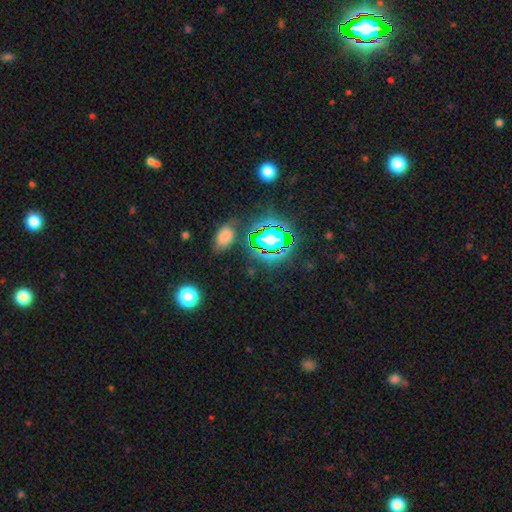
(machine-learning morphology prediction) type=star or artifact (76%).